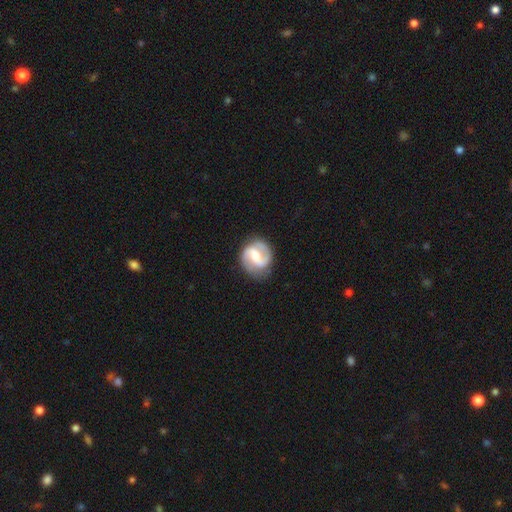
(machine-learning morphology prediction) Q: Smooth or featured?
A: featured or disk (85%); runner-up: smooth (11%)
Q: Edge-on disk?
A: no (98%); runner-up: yes (2%)
Q: Bar?
A: weak (49%); runner-up: strong (30%)
Q: Spiral arms?
A: yes (96%); runner-up: no (4%)
Q: Spiral winding?
A: medium (54%); runner-up: tight (25%)
Q: Spiral arm count?
A: 2 (92%); runner-up: can't tell (3%)
Q: Bulge size?
A: moderate (56%); runner-up: small (30%)
Q: Merging?
A: none (83%); runner-up: minor disturbance (12%)